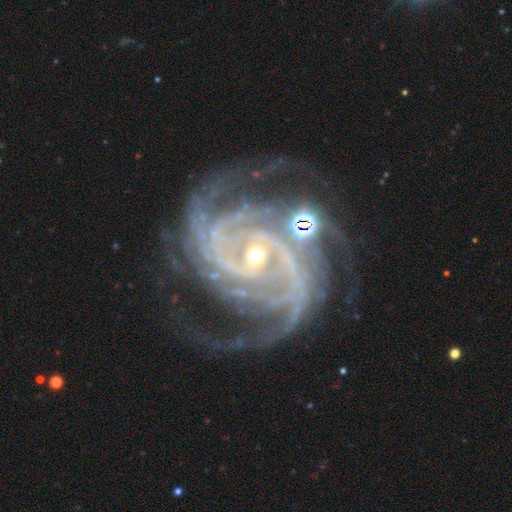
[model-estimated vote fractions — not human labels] Smooth or featured: featured or disk — 93% (star or artifact — 5%)
Edge-on disk: no — 98% (yes — 2%)
Bar: no — 39% (weak — 34%)
Spiral arms: yes — 99% (no — 1%)
Spiral winding: tight — 62% (medium — 33%)
Spiral arm count: 4 — 25% (3 — 23%)
Bulge size: small — 74% (moderate — 23%)
Merging: none — 61% (minor disturbance — 19%)